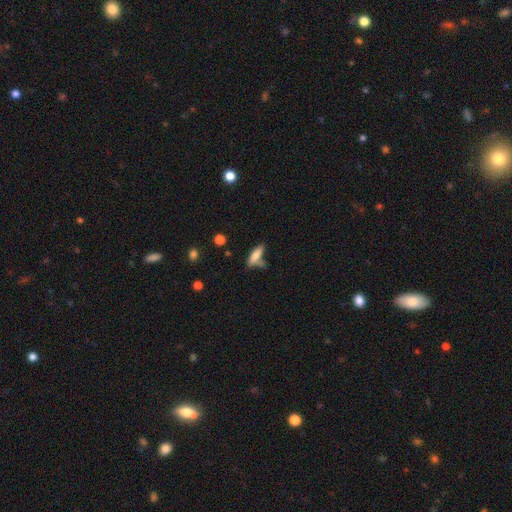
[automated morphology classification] smooth 69%, featured or disk 22%, star or artifact 8%. Down the decision tree: how rounded — cigar-shaped (53%); merging — none (54%).